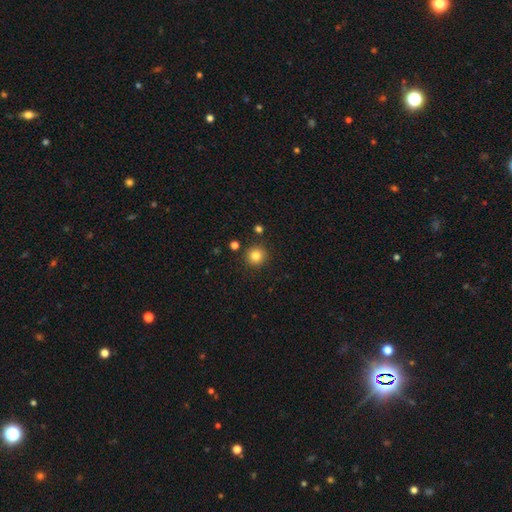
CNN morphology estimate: This is clearly a smooth galaxy (83%). How rounded: clearly round (93%). Merging: clearly none (89%).